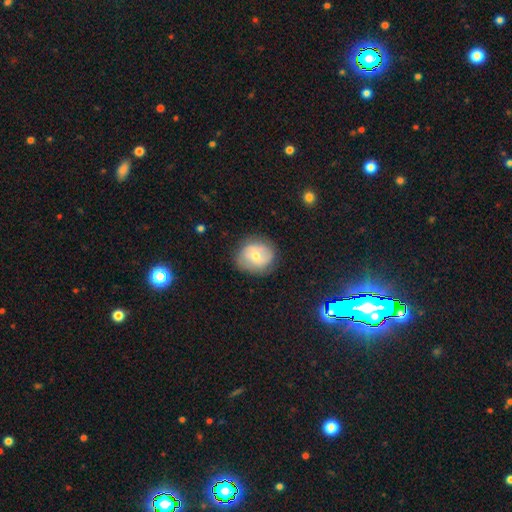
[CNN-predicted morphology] smooth_or_featured: smooth (p=0.53) [alt: featured or disk p=0.39]
how_rounded: round (p=0.72) [alt: in between p=0.28]
merging: none (p=0.75) [alt: minor disturbance p=0.18]